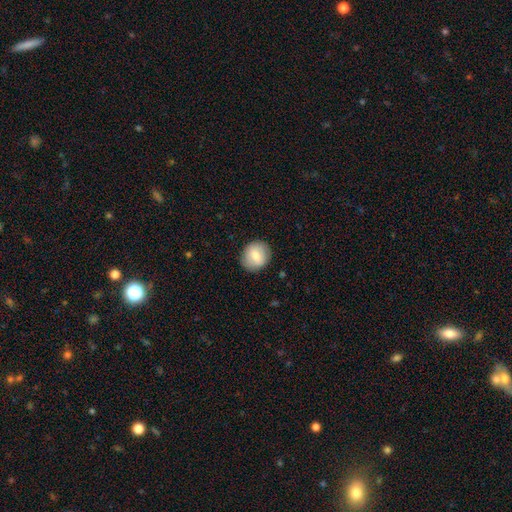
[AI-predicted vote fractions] This is likely a smooth galaxy (69%). How rounded: likely round (78%). Merging: clearly none (86%).